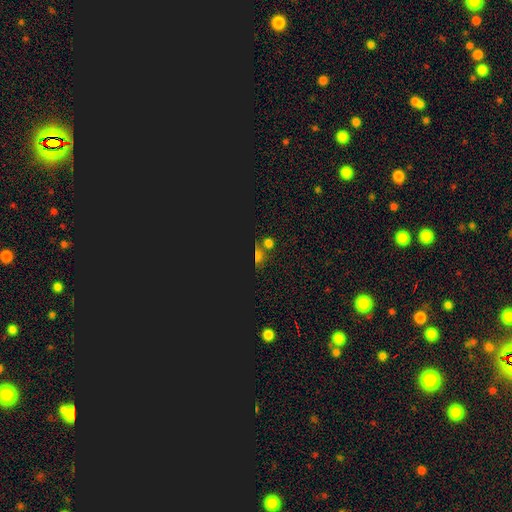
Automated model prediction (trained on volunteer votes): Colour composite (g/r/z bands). It shows a star or artifact, not a galaxy (65%).